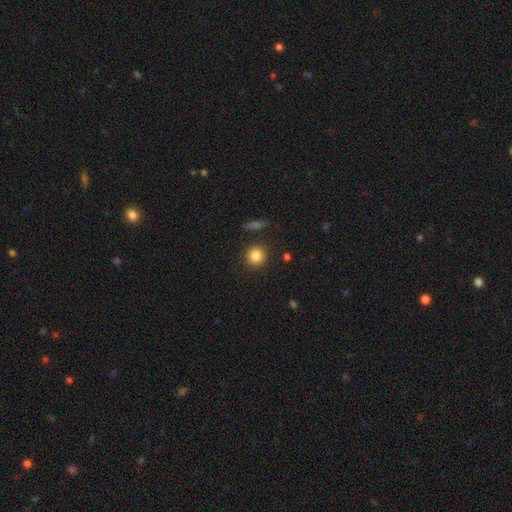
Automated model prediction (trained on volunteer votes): smooth_or_featured: smooth (p=0.85) [alt: star or artifact p=0.10]
how_rounded: round (p=0.91) [alt: in between p=0.08]
merging: none (p=0.88) [alt: minor disturbance p=0.07]